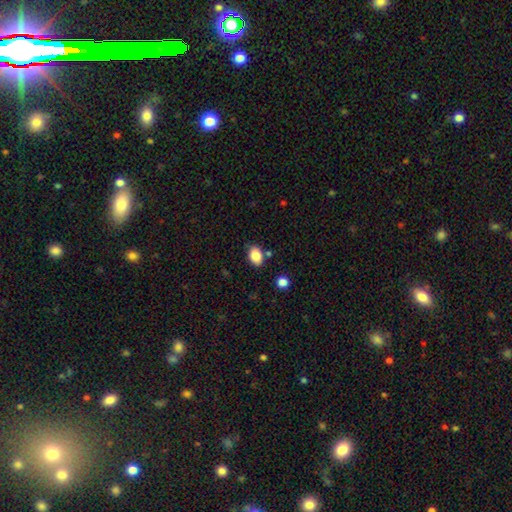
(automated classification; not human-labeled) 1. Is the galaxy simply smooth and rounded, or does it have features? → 86% smooth, 9% star or artifact, 6% featured or disk.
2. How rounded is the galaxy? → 81% in between, 18% round, 1% cigar-shaped.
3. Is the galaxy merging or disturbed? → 80% none, 12% minor disturbance, 5% merger, 3% major disturbance.